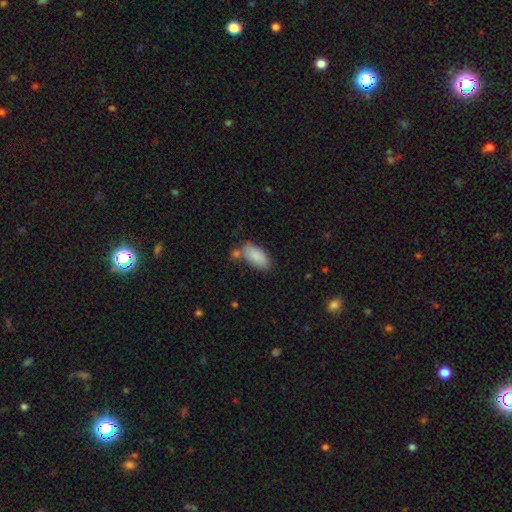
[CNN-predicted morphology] smooth_or_featured: smooth (p=0.87) [alt: star or artifact p=0.06]
how_rounded: in between (p=0.90) [alt: cigar-shaped p=0.08]
merging: none (p=0.65) [alt: minor disturbance p=0.18]